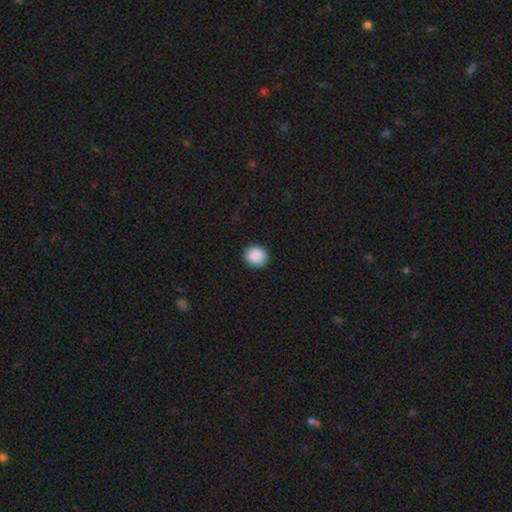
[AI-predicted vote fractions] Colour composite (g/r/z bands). It shows a smooth galaxy with no disk features (89%) that is round (85%). Merging: none (92%).